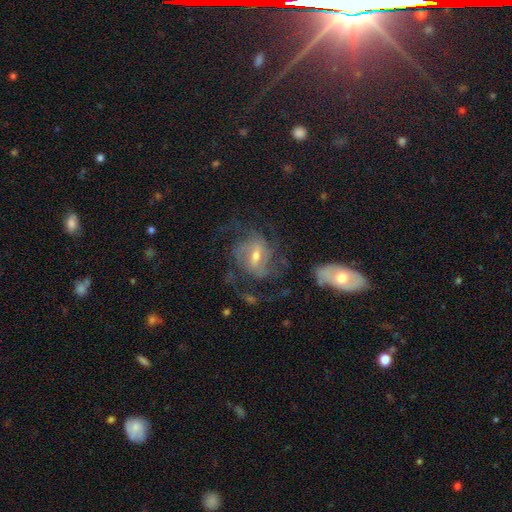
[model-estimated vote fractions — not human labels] Smooth or featured?
  - featured or disk: 80% *
  - smooth: 13%
  - star or artifact: 7%
Edge-on disk?
  - no: 96% *
  - yes: 4%
Bar?
  - weak: 52% *
  - no: 25%
  - strong: 22%
Spiral arms?
  - yes: 90% *
  - no: 10%
Spiral winding?
  - medium: 44% *
  - tight: 30%
  - loose: 26%
Spiral arm count?
  - can't tell: 31% *
  - 2: 30%
  - 3: 21%
  - 4: 8%
  - 1: 5%
  - more than 4: 4%
Bulge size?
  - moderate: 52% *
  - small: 42%
  - large: 3%
  - none: 2%
  - dominant: 1%
Merging?
  - none: 54% *
  - major disturbance: 24%
  - minor disturbance: 18%
  - merger: 4%